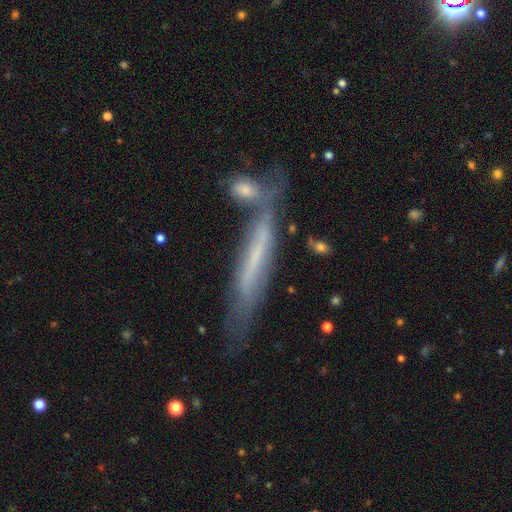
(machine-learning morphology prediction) The model was most divided on "smooth or featured": featured or disk: 55%, smooth: 36%, star or artifact: 9%. Remaining: edge-on disk — yes (72%); merging — none (47%).